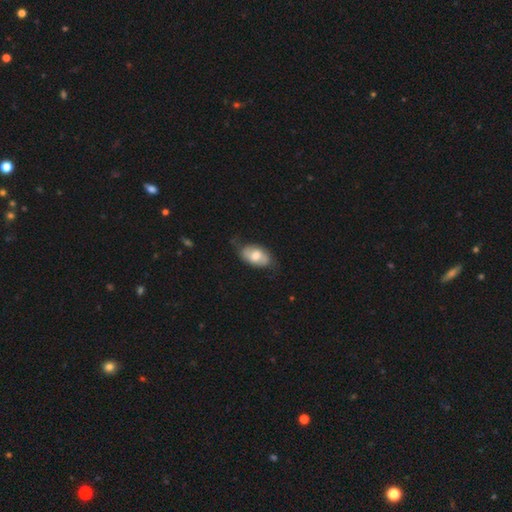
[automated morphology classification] smooth 57%, featured or disk 37%, star or artifact 6%. Down the decision tree: how rounded — in between (91%); merging — none (69%).